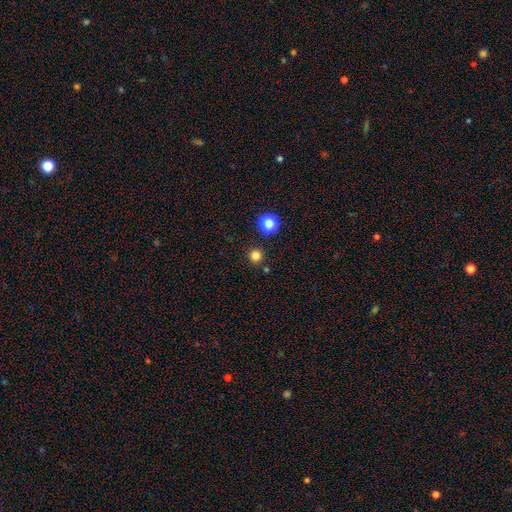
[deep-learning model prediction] Smooth or featured? smooth (80%)
How rounded? round (96%)
Merging? none (89%)